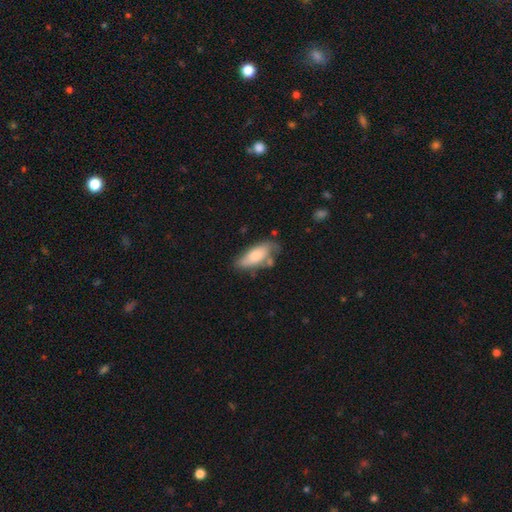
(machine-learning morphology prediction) This is likely a smooth galaxy (71%). How rounded: likely in between (77%). Merging: possibly none (55%).